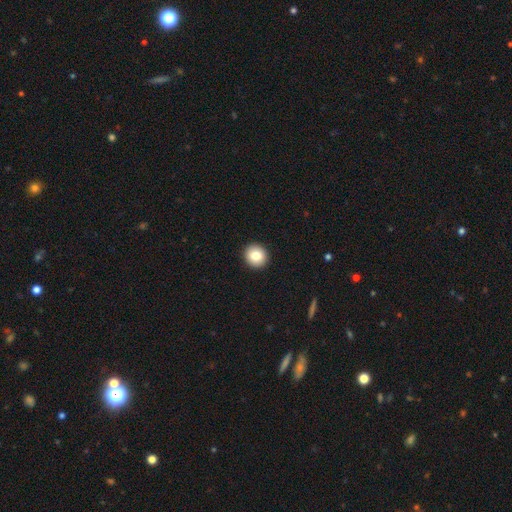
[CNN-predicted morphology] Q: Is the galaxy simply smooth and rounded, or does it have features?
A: smooth — 82%.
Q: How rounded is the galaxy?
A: round — 91%.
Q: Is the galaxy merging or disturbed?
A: none — 93%.